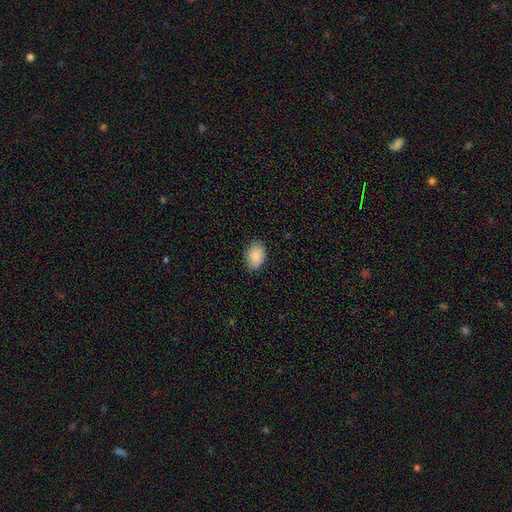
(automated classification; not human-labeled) Morphology: type=smooth (89%); roundness=in between (84%); merging=none (86%).